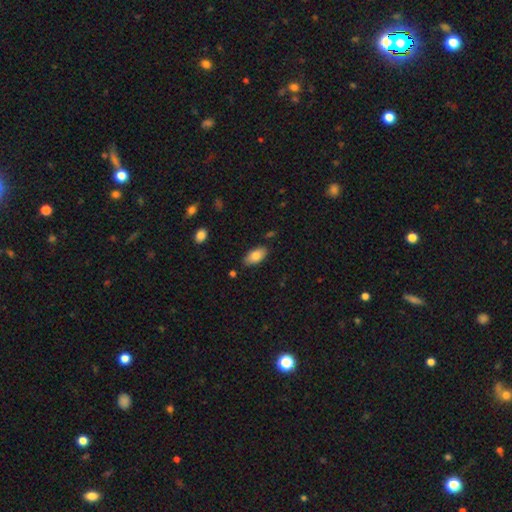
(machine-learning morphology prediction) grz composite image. It shows a smooth galaxy with no disk features (81%) that is in between round and cigar-shaped (92%). Merging: none (82%).